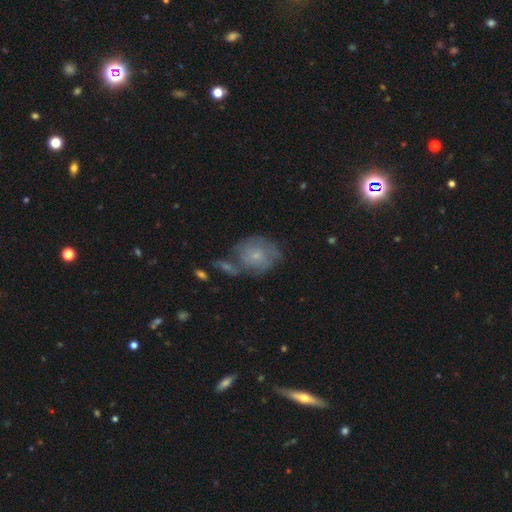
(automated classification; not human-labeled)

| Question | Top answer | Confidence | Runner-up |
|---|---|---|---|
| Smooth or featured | featured or disk | 48% | smooth (42%) |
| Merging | none | 45% | merger (22%) |